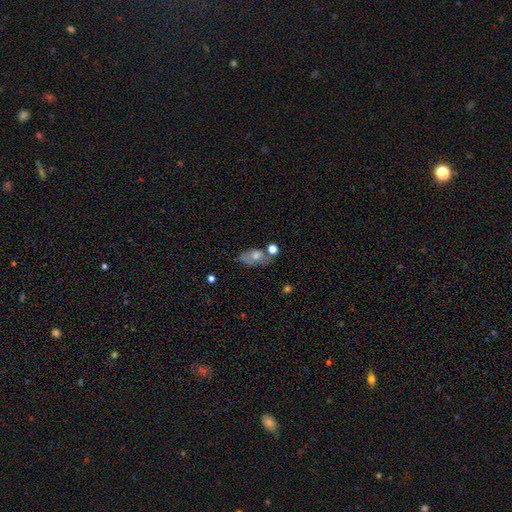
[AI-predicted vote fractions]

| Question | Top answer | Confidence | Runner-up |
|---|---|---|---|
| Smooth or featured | smooth | 52% | featured or disk (35%) |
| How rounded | in between | 84% | round (12%) |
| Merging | none | 51% | minor disturbance (23%) |